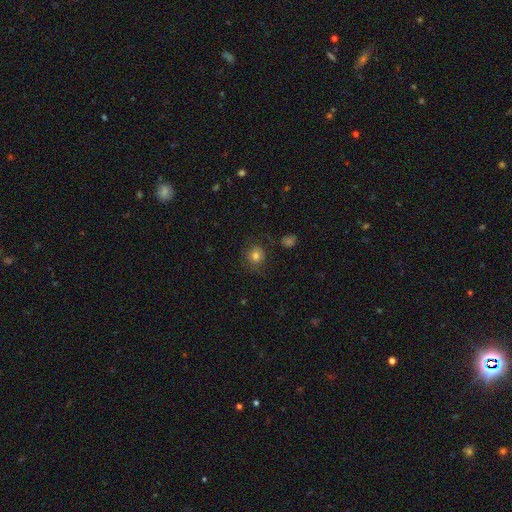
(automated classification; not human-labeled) smooth_or_featured: smooth (p=0.77) [alt: star or artifact p=0.12]
how_rounded: round (p=0.87) [alt: in between p=0.13]
merging: none (p=0.78) [alt: minor disturbance p=0.14]